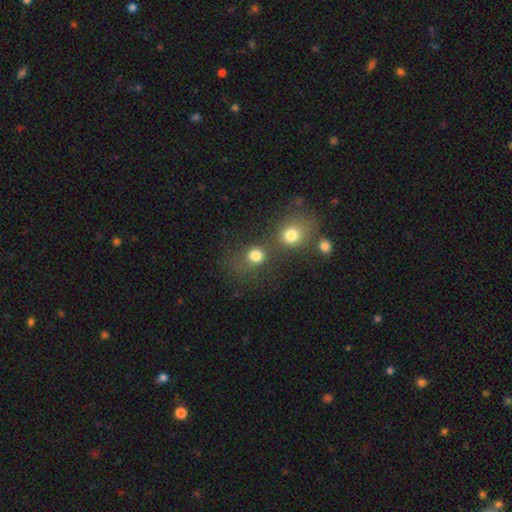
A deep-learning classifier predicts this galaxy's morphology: Overall: smooth (78%). How rounded: round (83%). Merging: none (46%; merger 38%).